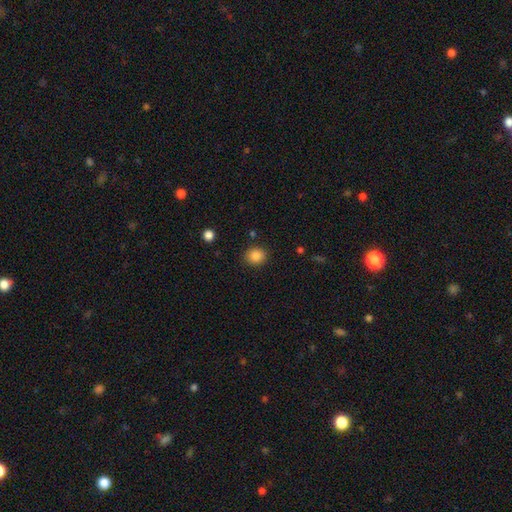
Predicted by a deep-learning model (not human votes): Morphology: type=smooth (86%); roundness=round (74%); merging=none (87%).